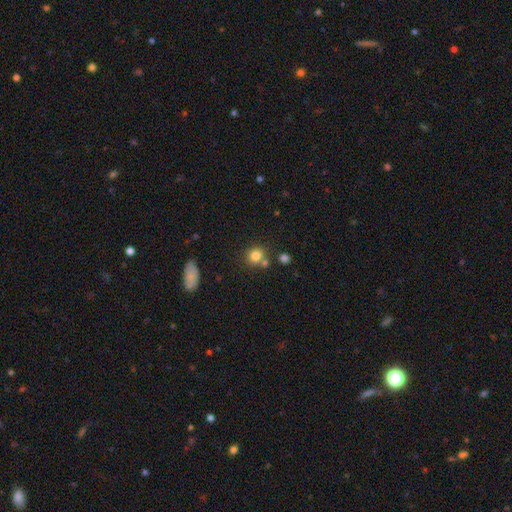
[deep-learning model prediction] Morphology: type=smooth (81%); roundness=round (80%); merging=none (66%).